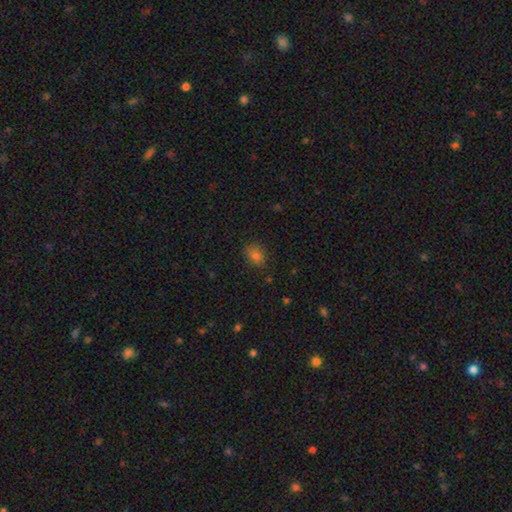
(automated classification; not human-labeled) smooth 75%, star or artifact 17%, featured or disk 8%. Down the decision tree: how rounded — in between (60%); merging — none (79%).